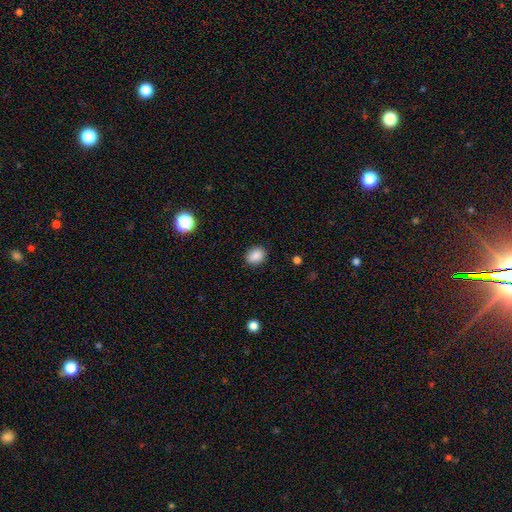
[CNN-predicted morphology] Smooth or featured? smooth (87%)
How rounded? in between (58%)
Merging? none (86%)